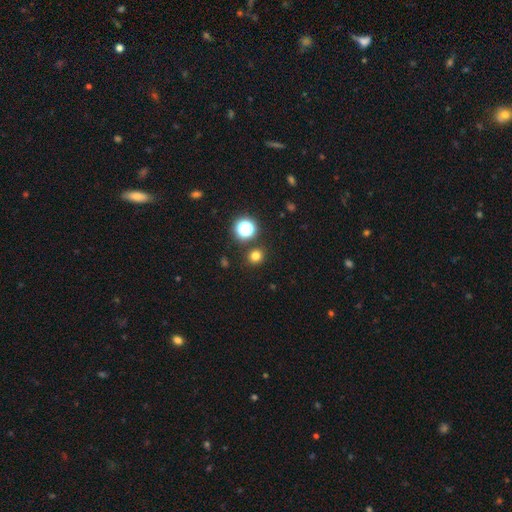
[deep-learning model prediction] smooth-or-featured: smooth: 76% | star or artifact: 19% | featured or disk: 5%
  how-rounded: round: 88% | in between: 11% | cigar-shaped: 1%
  merging: none: 88% | minor disturbance: 6% | merger: 4% | major disturbance: 2%